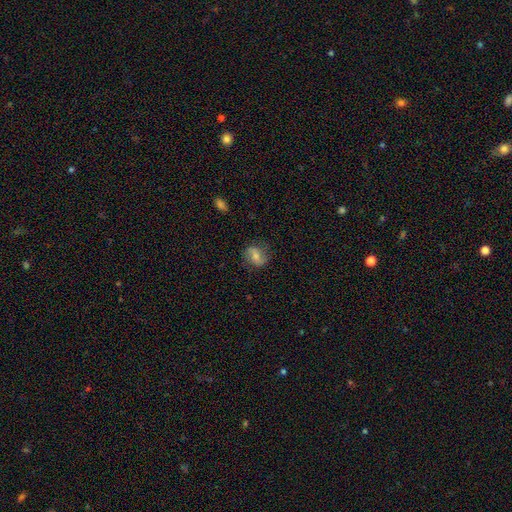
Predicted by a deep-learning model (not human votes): This is possibly a featured or disk galaxy (53%). It is clearly not viewed edge-on (96%). Bar: marginally weak (41%). Spiral arm pattern: clearly yes (84%). Central bulge: possibly moderate (55%). Merging: likely none (80%).